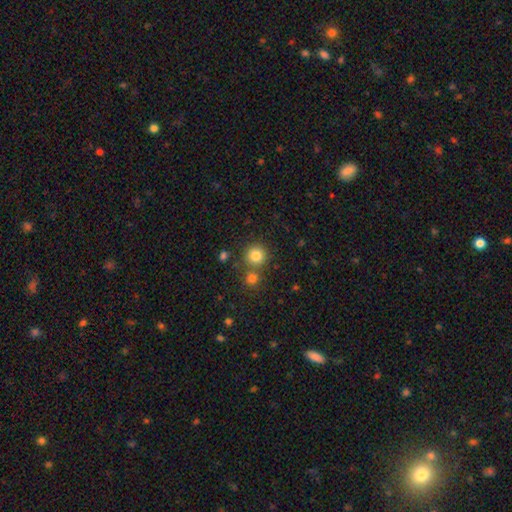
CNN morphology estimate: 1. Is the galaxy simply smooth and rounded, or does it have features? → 82% smooth, 12% star or artifact, 6% featured or disk.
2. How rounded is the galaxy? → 93% round, 6% in between, 1% cigar-shaped.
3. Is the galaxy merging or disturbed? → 75% none, 16% merger, 7% minor disturbance, 2% major disturbance.